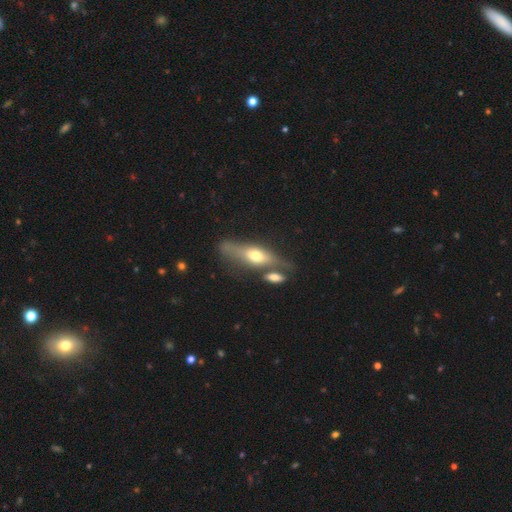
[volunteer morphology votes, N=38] Smooth or featured? 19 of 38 (50%) said featured or disk. Edge-on disk? 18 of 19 (95%) said yes. Edge-on bulge? 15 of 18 (83%) said rounded. Merging? 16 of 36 (44%) said none.